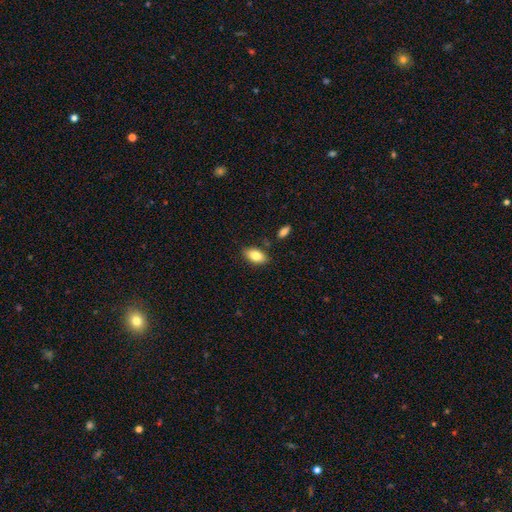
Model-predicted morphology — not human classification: A smooth galaxy with no disk features (82%) that is in between round and cigar-shaped (92%).

Vote fractions:
- Smooth or featured? smooth: 82% / featured or disk: 11% / star or artifact: 7%
- How rounded? in between: 92% / round: 4% / cigar-shaped: 4%
- Merging? none: 83% / minor disturbance: 11% / merger: 3% / major disturbance: 2%